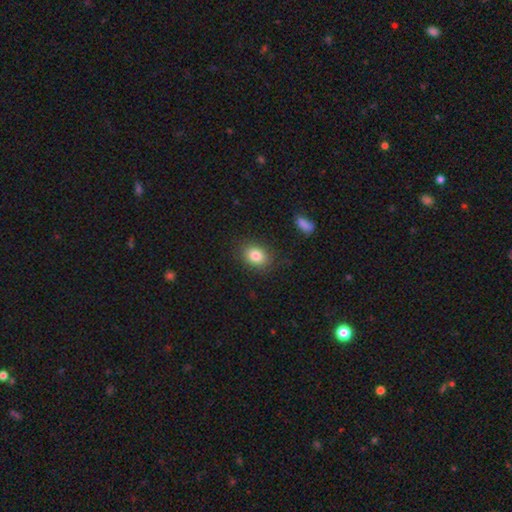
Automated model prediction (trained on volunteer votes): Smooth or featured: smooth — 84% (star or artifact — 9%)
How rounded: in between — 57% (round — 42%)
Merging: none — 84% (minor disturbance — 11%)